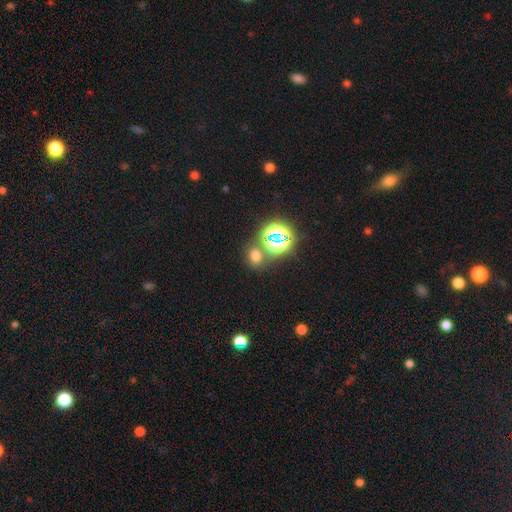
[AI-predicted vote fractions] This appears to be a smooth galaxy with no disk features (55%) that is round (52%). Merging: none (70%).